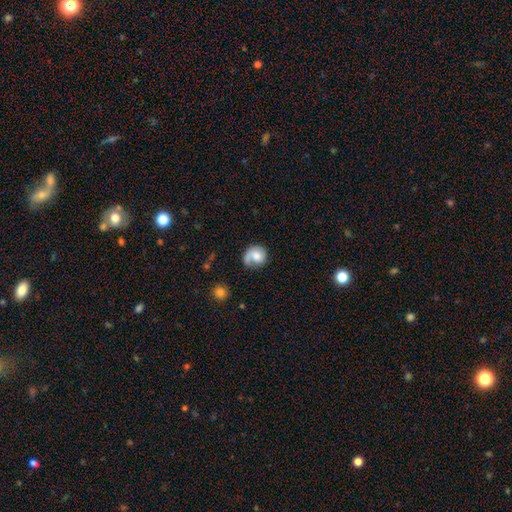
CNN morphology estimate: The model was most divided on "smooth or featured": smooth: 58%, featured or disk: 34%, star or artifact: 7%. More confident: how rounded — round (79%); merging — none (51%).